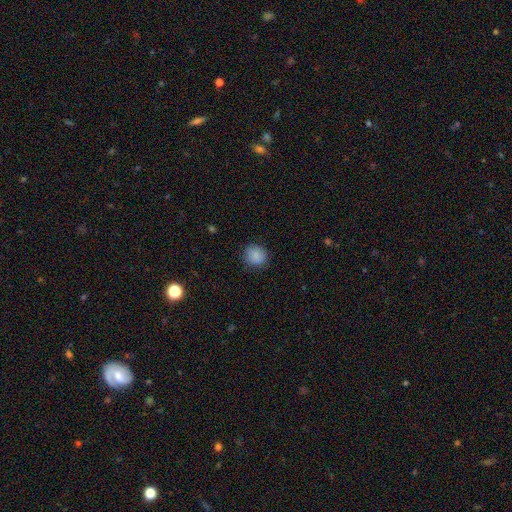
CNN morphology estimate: A smooth galaxy with no disk features (87%) that is round (83%).

Vote fractions:
- Smooth or featured? smooth: 87% / star or artifact: 9% / featured or disk: 4%
- How rounded? round: 83% / in between: 16% / cigar-shaped: 1%
- Merging? none: 85% / minor disturbance: 11% / major disturbance: 3% / merger: 1%